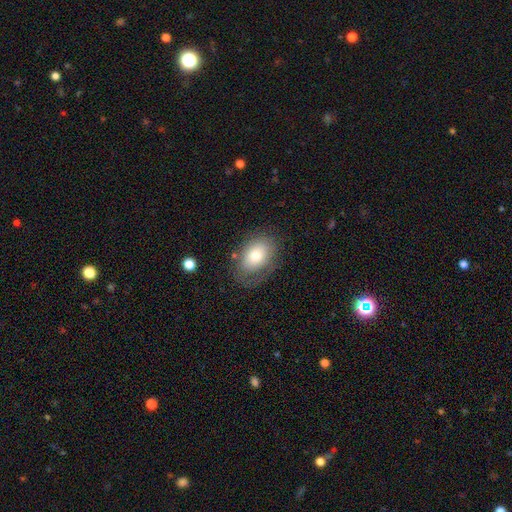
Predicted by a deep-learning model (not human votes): smooth-or-featured: smooth: 71% | featured or disk: 21% | star or artifact: 8%
  how-rounded: in between: 81% | round: 18% | cigar-shaped: 1%
  merging: none: 67% | minor disturbance: 21% | major disturbance: 11% | merger: 2%